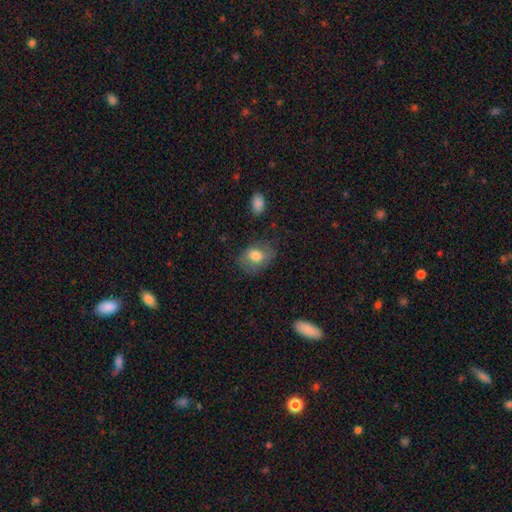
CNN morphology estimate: Smooth or featured?
  - smooth: 75% *
  - featured or disk: 17%
  - star or artifact: 8%
How rounded?
  - in between: 65% *
  - round: 34%
  - cigar-shaped: 1%
Merging?
  - none: 65% *
  - minor disturbance: 23%
  - major disturbance: 10%
  - merger: 2%